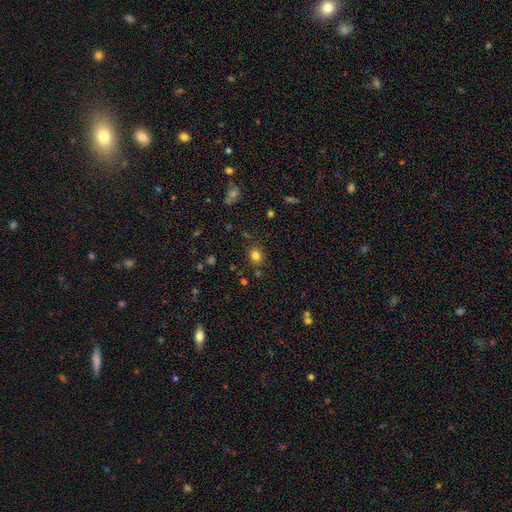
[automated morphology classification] smooth-or-featured: smooth: 80% | star or artifact: 14% | featured or disk: 6%
  how-rounded: round: 73% | in between: 26% | cigar-shaped: 1%
  merging: none: 81% | minor disturbance: 11% | merger: 4% | major disturbance: 3%